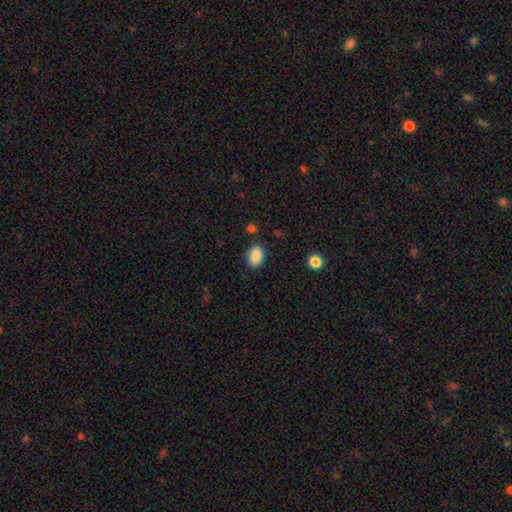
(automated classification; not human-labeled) This appears to be a smooth galaxy with no disk features (88%) that is in between round and cigar-shaped (74%). Merging: none (83%).